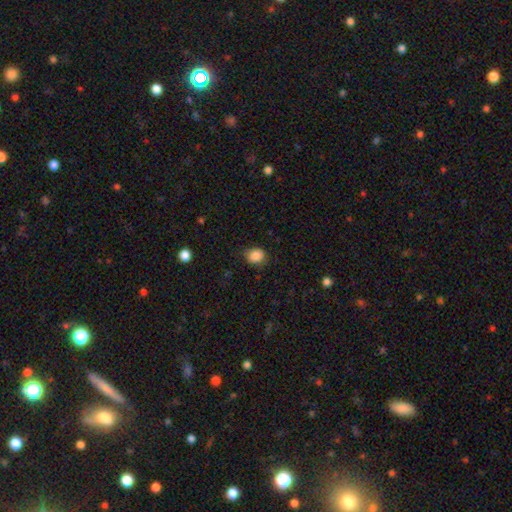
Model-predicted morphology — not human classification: Smooth or featured: smooth — 87% (star or artifact — 9%)
How rounded: round — 69% (in between — 30%)
Merging: none — 77% (minor disturbance — 18%)